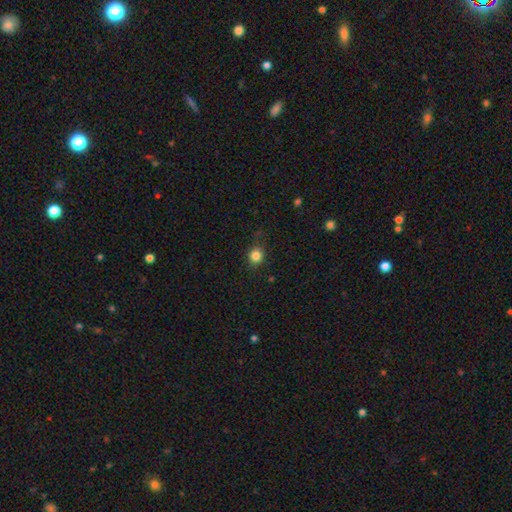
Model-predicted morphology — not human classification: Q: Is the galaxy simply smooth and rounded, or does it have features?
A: smooth — 83%.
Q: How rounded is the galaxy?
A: round — 84%.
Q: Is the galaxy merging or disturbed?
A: none — 80%.